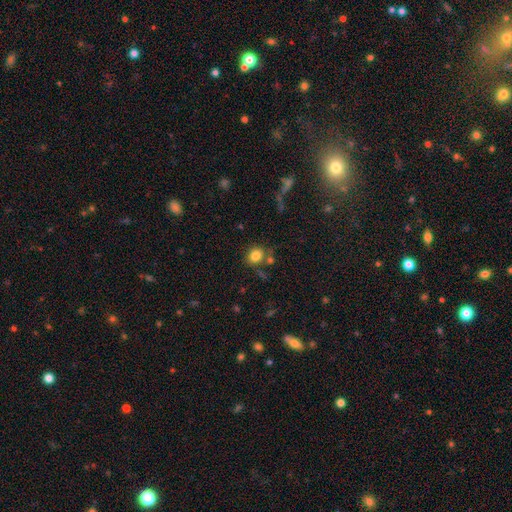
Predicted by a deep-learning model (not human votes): A smooth galaxy with no disk features (83%) that is round (66%).

Vote fractions:
- Smooth or featured? smooth: 83% / star or artifact: 11% / featured or disk: 7%
- How rounded? round: 66% / in between: 33% / cigar-shaped: 1%
- Merging? none: 72% / minor disturbance: 13% / merger: 10% / major disturbance: 5%